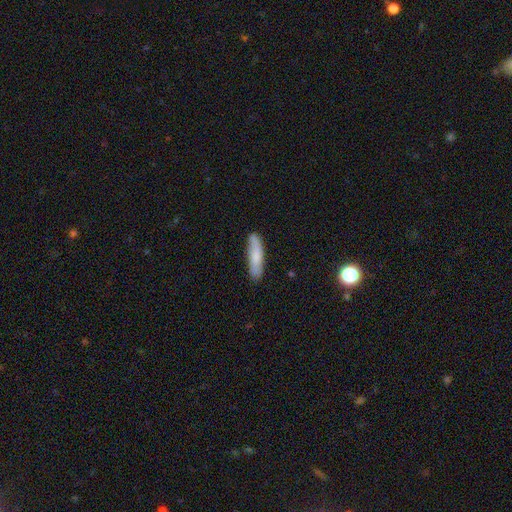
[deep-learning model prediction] smooth_or_featured: smooth (p=0.74) [alt: featured or disk p=0.20]
how_rounded: cigar-shaped (p=0.75) [alt: in between p=0.23]
merging: none (p=0.83) [alt: minor disturbance p=0.13]